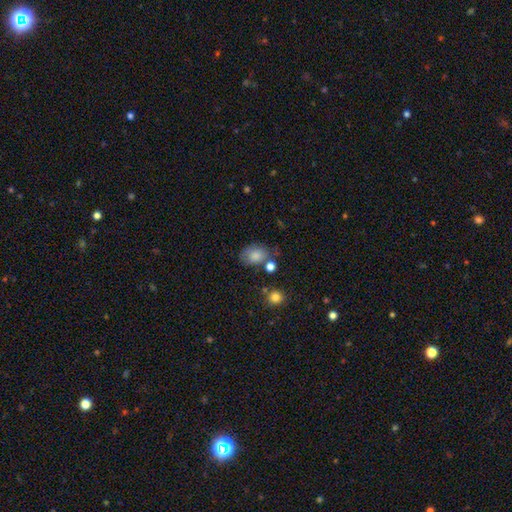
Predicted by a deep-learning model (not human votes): A smooth galaxy with no disk features (81%) that is in between round and cigar-shaped (71%).

Vote fractions:
- Smooth or featured? smooth: 81% / featured or disk: 10% / star or artifact: 9%
- How rounded? in between: 71% / round: 28% / cigar-shaped: 1%
- Merging? none: 58% / minor disturbance: 23% / merger: 10% / major disturbance: 8%